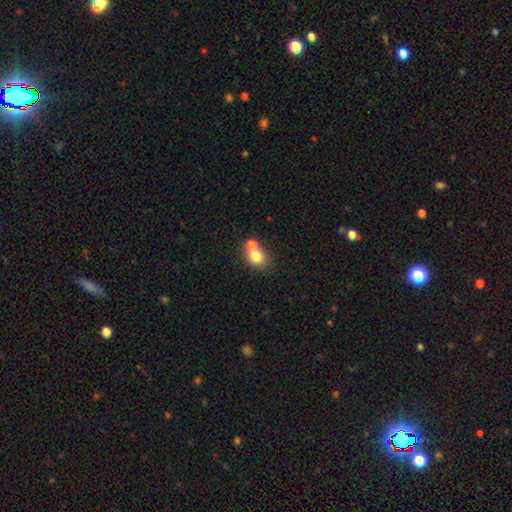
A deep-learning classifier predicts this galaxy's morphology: Smooth or featured? smooth (77%)
How rounded? round (60%)
Merging? none (44%, tied with merger)